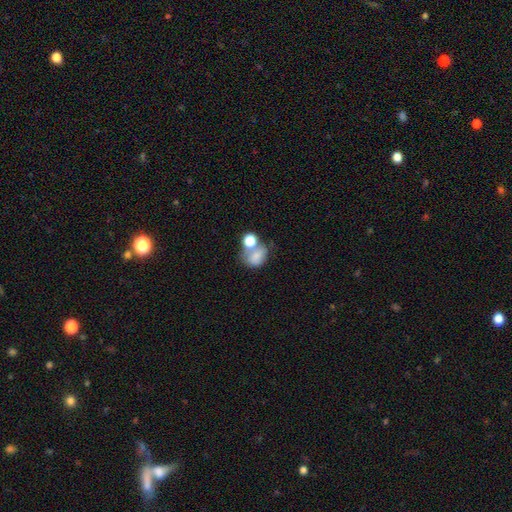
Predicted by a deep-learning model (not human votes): This is likely a smooth galaxy (73%). How rounded: possibly in between (57%). Merging: possibly merger (45%).